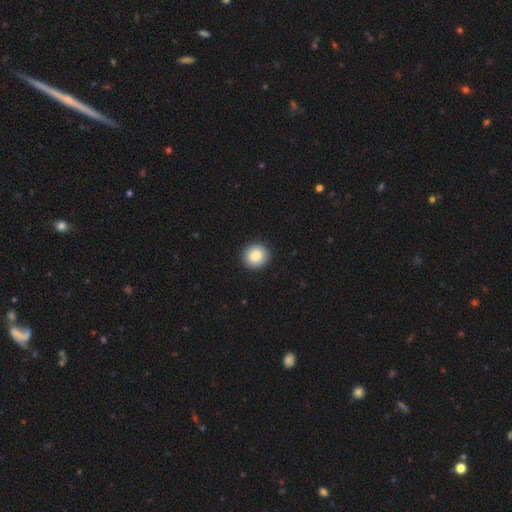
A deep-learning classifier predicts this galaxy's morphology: Smooth or featured? Predicted: smooth (p=0.87). How rounded? Predicted: round (p=0.91). Merging? Predicted: none (p=0.93).